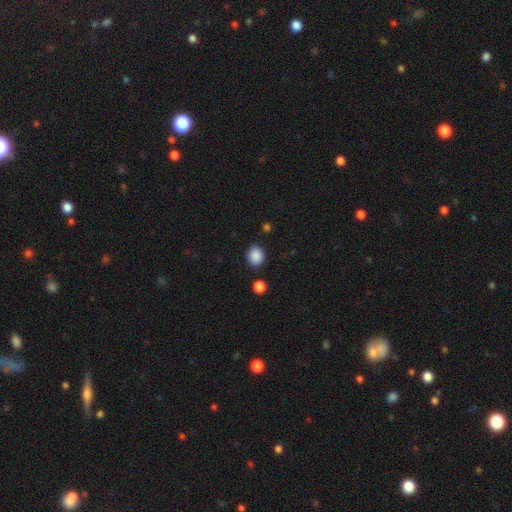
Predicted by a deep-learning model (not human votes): Smooth or featured? Predicted: smooth (p=0.88). How rounded? Predicted: round (p=0.67). Merging? Predicted: none (p=0.85).